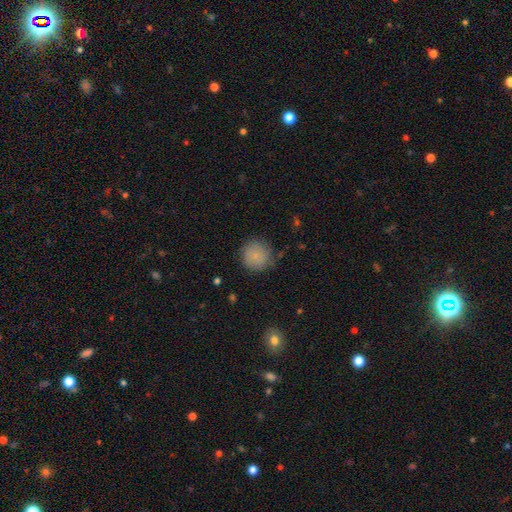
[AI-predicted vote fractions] Overall: smooth (82%). How rounded: round (93%). Merging: none (79%).